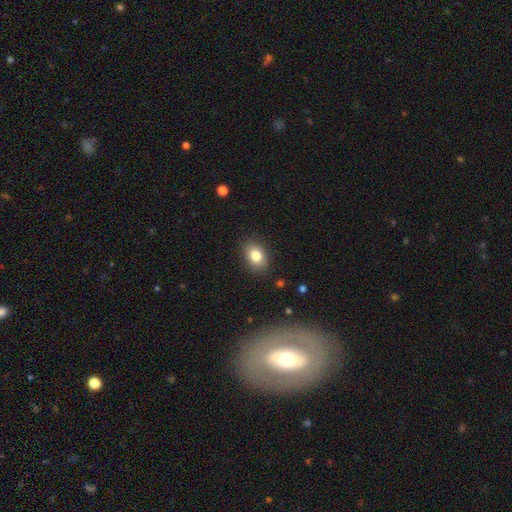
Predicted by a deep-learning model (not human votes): The model was most divided on "how rounded": in between: 73%, round: 26%, cigar-shaped: 1%. More confident: merging — none (87%); smooth or featured — smooth (82%).